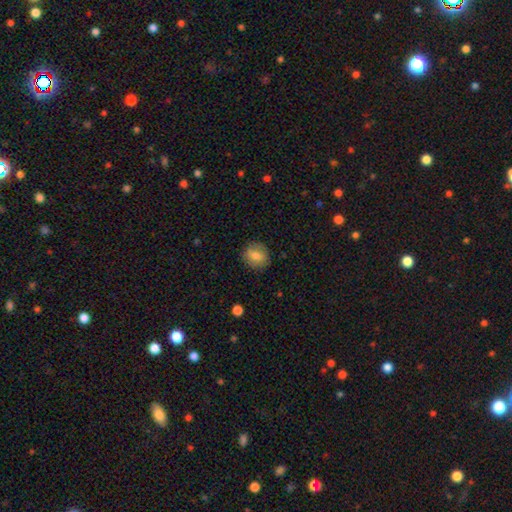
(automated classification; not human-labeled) Overall: smooth (77%). How rounded: round (78%). Merging: none (86%).